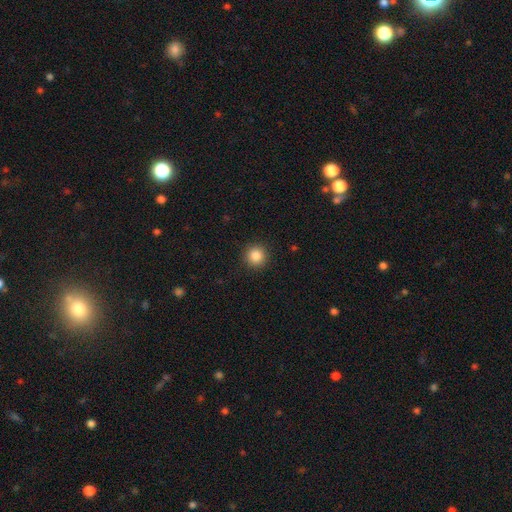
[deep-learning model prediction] smooth-or-featured: smooth: 85% | star or artifact: 10% | featured or disk: 4%
  how-rounded: round: 95% | in between: 5% | cigar-shaped: 1%
  merging: none: 92% | minor disturbance: 5% | major disturbance: 2% | merger: 1%